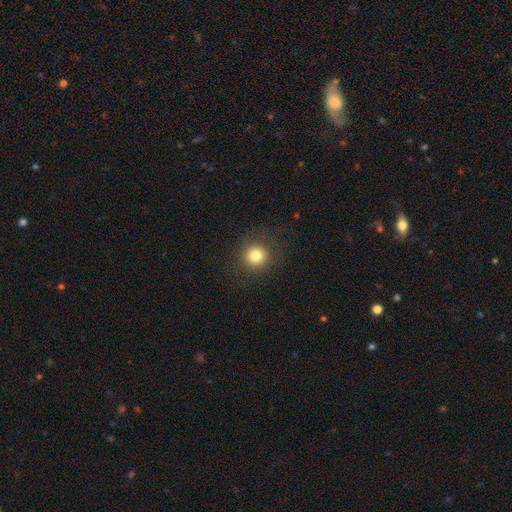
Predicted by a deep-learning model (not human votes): The model was most divided on "smooth or featured": smooth: 80%, star or artifact: 13%, featured or disk: 7%. More confident: how rounded — round (93%); merging — none (87%).